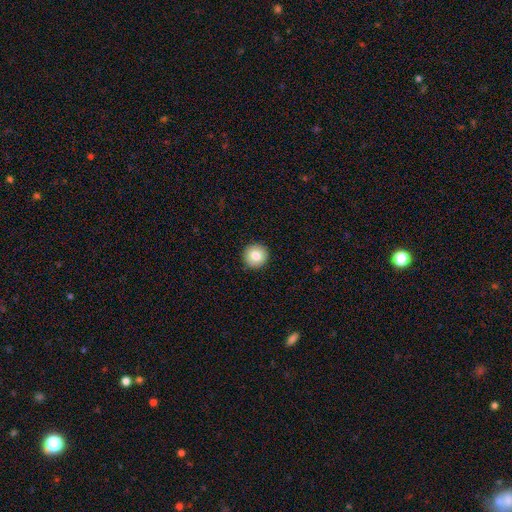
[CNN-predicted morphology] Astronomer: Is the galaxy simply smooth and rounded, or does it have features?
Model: smooth — 83%.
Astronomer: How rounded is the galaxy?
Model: round — 95%.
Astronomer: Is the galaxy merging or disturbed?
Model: none — 93%.